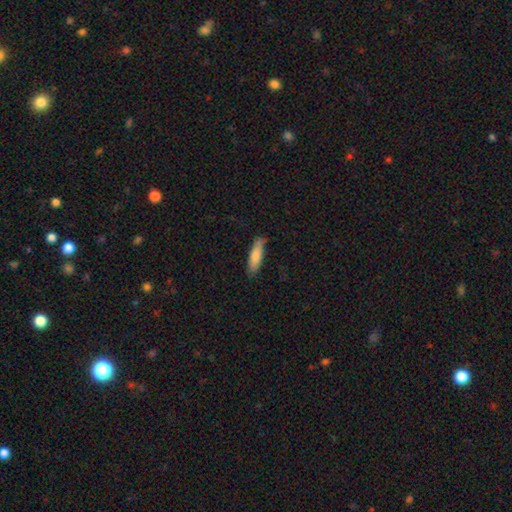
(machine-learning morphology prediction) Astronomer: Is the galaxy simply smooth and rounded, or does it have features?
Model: smooth — 81%.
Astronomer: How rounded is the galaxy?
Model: cigar-shaped — 61% (runner-up: in between, 38%).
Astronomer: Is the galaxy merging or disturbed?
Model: none — 78%.